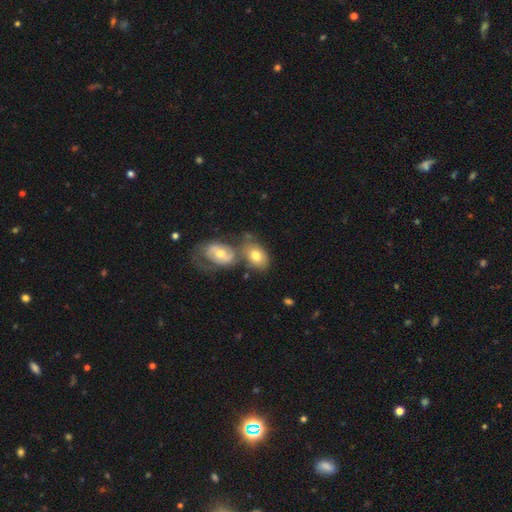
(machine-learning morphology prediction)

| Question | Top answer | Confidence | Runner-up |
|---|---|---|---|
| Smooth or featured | smooth | 64% | featured or disk (29%) |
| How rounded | in between | 83% | round (16%) |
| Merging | merger | 44% | none (36%) |